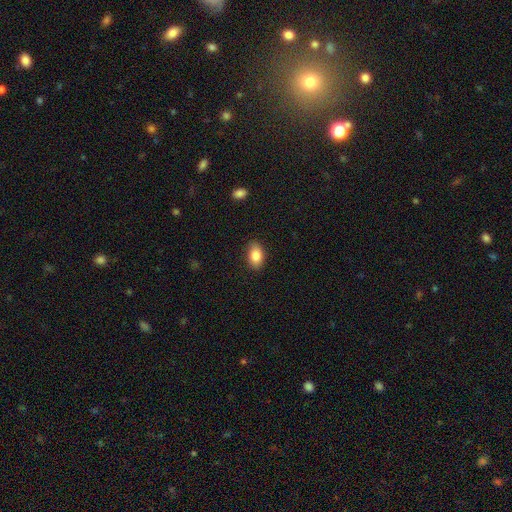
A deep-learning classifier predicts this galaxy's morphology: Smooth or featured? smooth (84%)
How rounded? in between (90%)
Merging? none (87%)